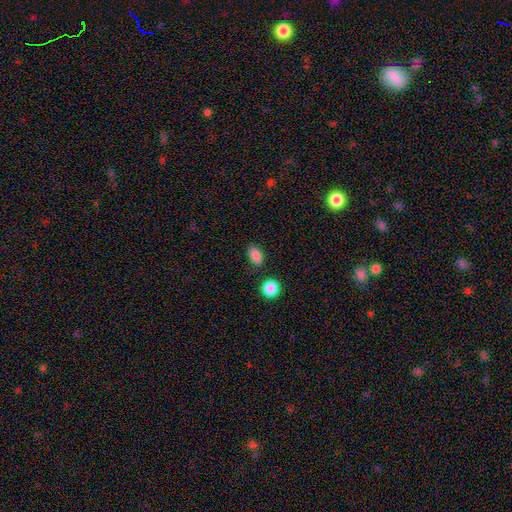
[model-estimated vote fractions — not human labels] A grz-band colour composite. It shows a smooth galaxy with no disk features (86%) that is in between round and cigar-shaped (83%). Merging: none (81%).